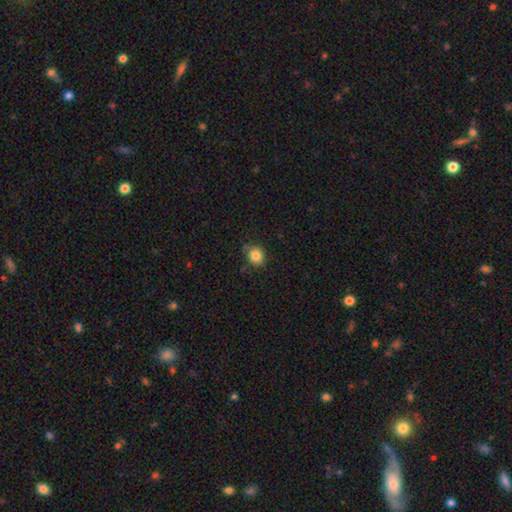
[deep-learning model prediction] Smooth or featured?
  - smooth: 84% *
  - star or artifact: 11%
  - featured or disk: 5%
How rounded?
  - round: 75% *
  - in between: 24%
  - cigar-shaped: 1%
Merging?
  - none: 76% *
  - minor disturbance: 18%
  - major disturbance: 4%
  - merger: 3%